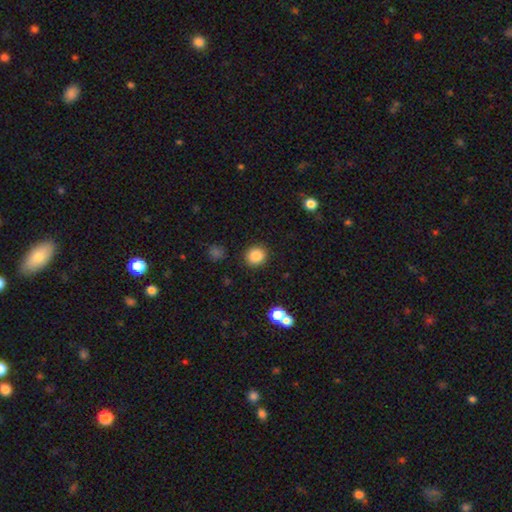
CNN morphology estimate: This appears to be a smooth galaxy with no disk features (86%) that is round (85%). Merging: none (88%).